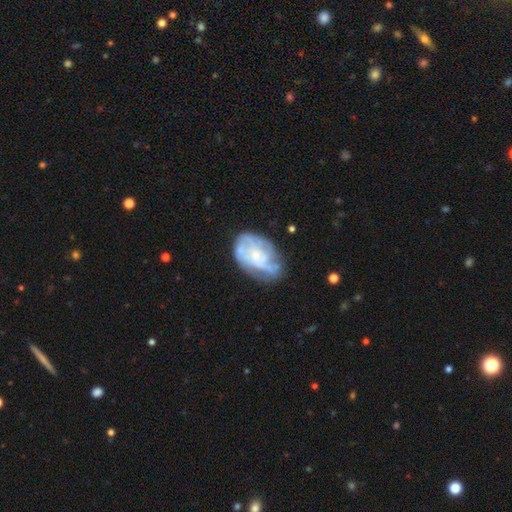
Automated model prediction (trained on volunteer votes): This is likely a featured or disk galaxy (67%). It is clearly not viewed edge-on (97%). Bar: likely no (79%). Spiral arm pattern: likely yes (67%). Central bulge: likely small (64%). Merging: possibly none (51%).